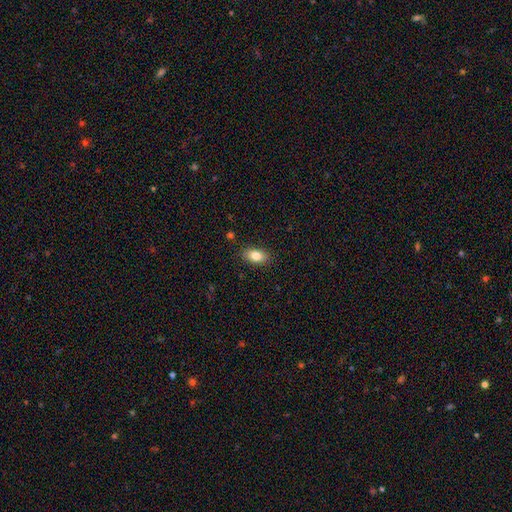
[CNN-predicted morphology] smooth-or-featured: smooth: 84% | featured or disk: 8% | star or artifact: 8%
  how-rounded: in between: 89% | round: 8% | cigar-shaped: 3%
  merging: none: 87% | minor disturbance: 9% | major disturbance: 2% | merger: 1%